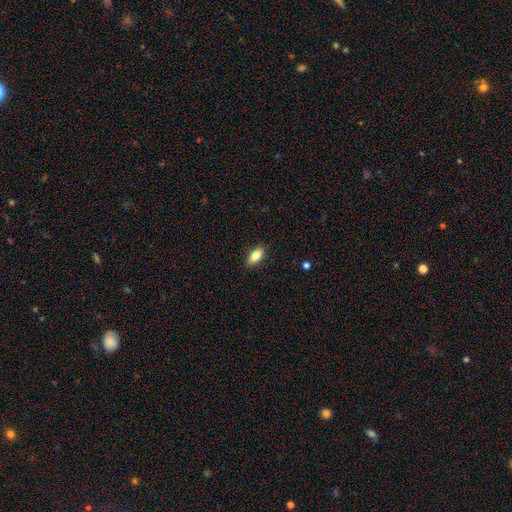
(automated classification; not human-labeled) A smooth galaxy with no disk features (80%) that is in between round and cigar-shaped (85%). Merging: none (86%).